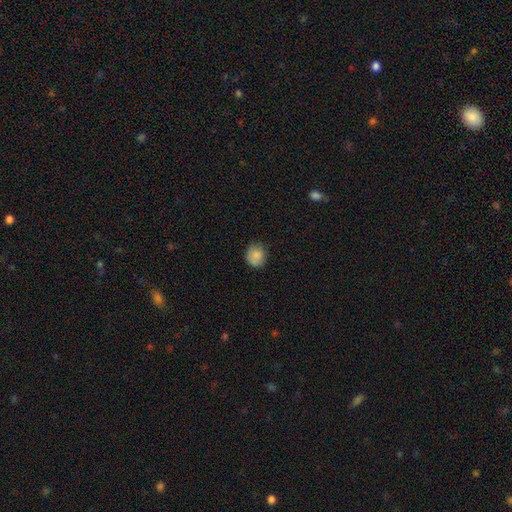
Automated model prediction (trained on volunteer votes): smooth 84%, star or artifact 9%, featured or disk 7%. Down the decision tree: how rounded — round (76%); merging — none (74%).